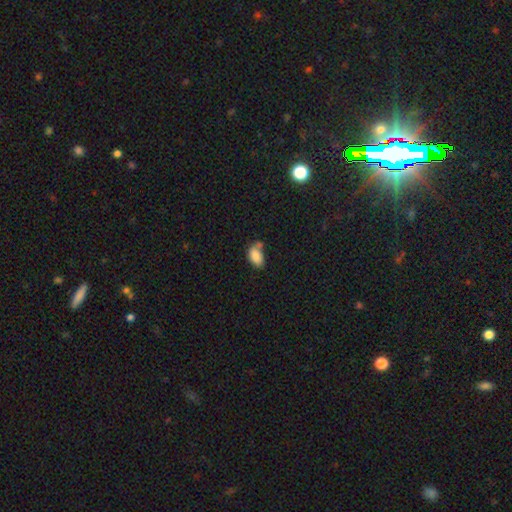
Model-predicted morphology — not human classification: This appears to be a smooth galaxy with no disk features (86%) that is in between round and cigar-shaped (92%). Merging: none (50%).